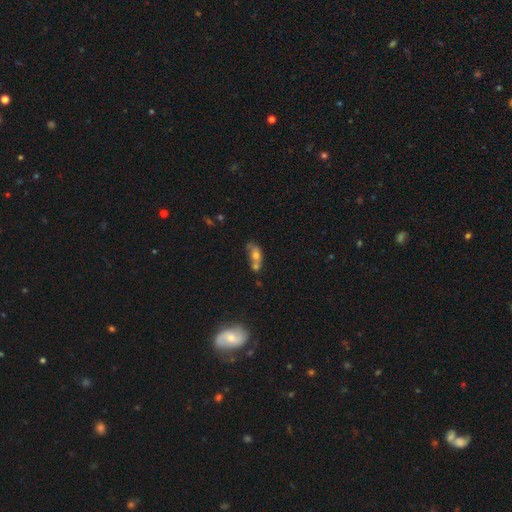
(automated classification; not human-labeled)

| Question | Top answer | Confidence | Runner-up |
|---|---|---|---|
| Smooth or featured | smooth | 62% | featured or disk (25%) |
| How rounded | in between | 73% | round (19%) |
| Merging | merger | 51% | none (28%) |